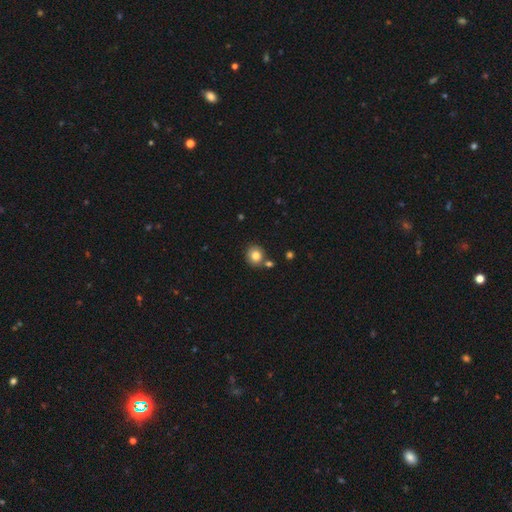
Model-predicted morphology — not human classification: Smooth or featured?
  - smooth: 82% *
  - star or artifact: 10%
  - featured or disk: 8%
How rounded?
  - round: 84% *
  - in between: 15%
  - cigar-shaped: 1%
Merging?
  - none: 75% *
  - merger: 13%
  - minor disturbance: 9%
  - major disturbance: 2%